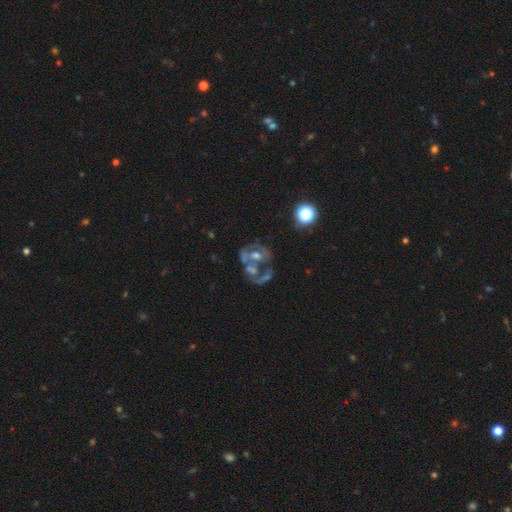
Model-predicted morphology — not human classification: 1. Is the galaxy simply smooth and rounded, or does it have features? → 65% featured or disk, 22% smooth, 13% star or artifact.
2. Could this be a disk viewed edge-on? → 97% no, 3% yes.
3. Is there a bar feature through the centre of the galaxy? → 70% no, 21% weak, 9% strong.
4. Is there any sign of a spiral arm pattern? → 63% no, 37% yes.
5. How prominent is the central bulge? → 59% moderate, 23% small, 9% none, 7% large, 2% dominant.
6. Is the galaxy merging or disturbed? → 44% merger, 25% none, 20% major disturbance, 11% minor disturbance.